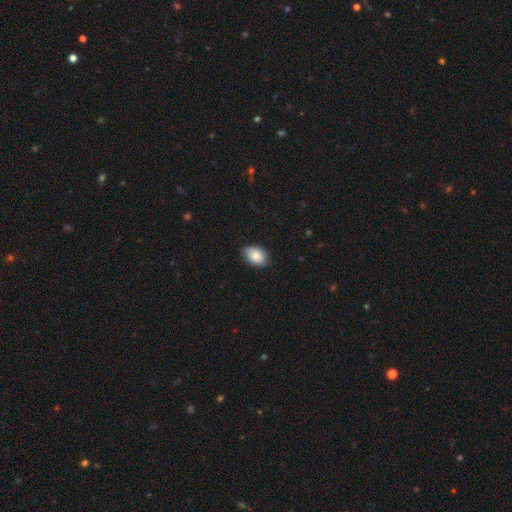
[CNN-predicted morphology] Smooth or featured: smooth — 85% (featured or disk — 8%)
How rounded: in between — 86% (round — 13%)
Merging: none — 84% (minor disturbance — 13%)